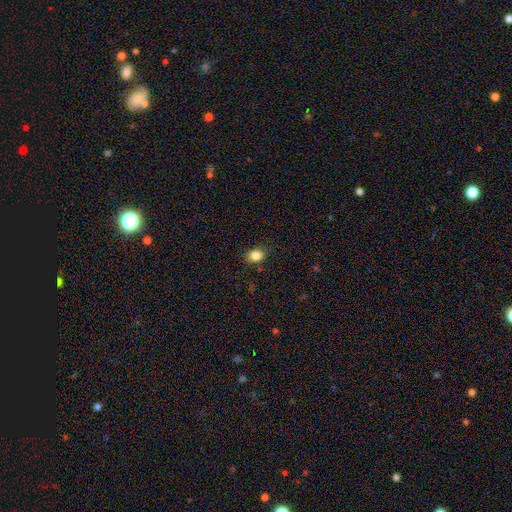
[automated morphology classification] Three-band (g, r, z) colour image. It shows a smooth galaxy with no disk features (84%) that is round (54%). Merging: none (81%).